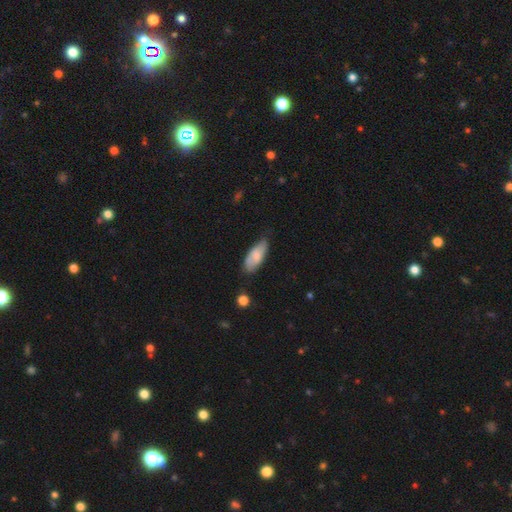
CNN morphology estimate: type=smooth (72%); roundness=in between (81%); merging=none (62%).